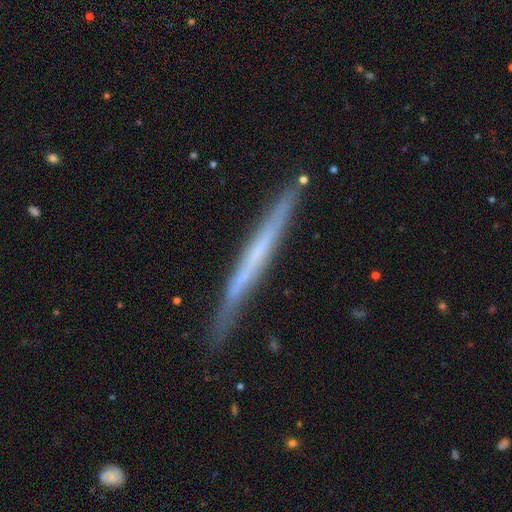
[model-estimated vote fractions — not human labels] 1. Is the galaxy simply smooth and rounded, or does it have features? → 58% featured or disk, 35% smooth, 6% star or artifact.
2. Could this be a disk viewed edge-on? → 96% yes, 4% no.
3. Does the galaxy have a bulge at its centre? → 88% none, 7% rounded, 5% boxy.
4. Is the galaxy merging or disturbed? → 85% none, 12% minor disturbance, 2% major disturbance, 2% merger.